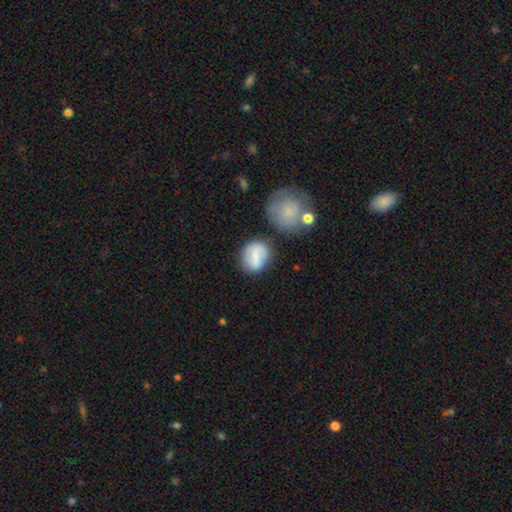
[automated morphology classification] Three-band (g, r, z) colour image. It shows a smooth galaxy with no disk features (58%) that is round (64%). Merging: none (70%).